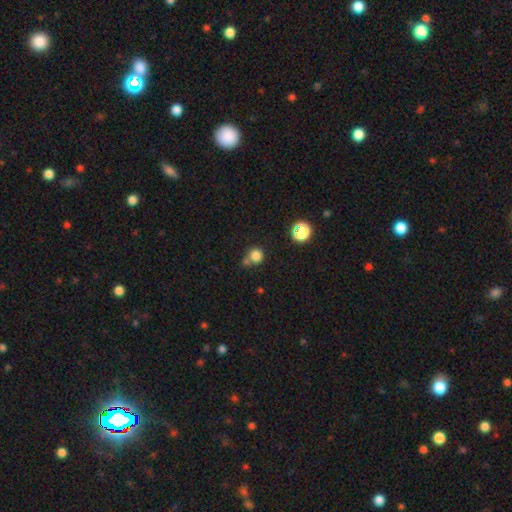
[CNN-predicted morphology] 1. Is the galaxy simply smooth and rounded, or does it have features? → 80% smooth, 14% star or artifact, 6% featured or disk.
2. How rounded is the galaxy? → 91% round, 8% in between, 1% cigar-shaped.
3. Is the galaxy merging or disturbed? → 58% none, 27% merger, 11% minor disturbance, 4% major disturbance.